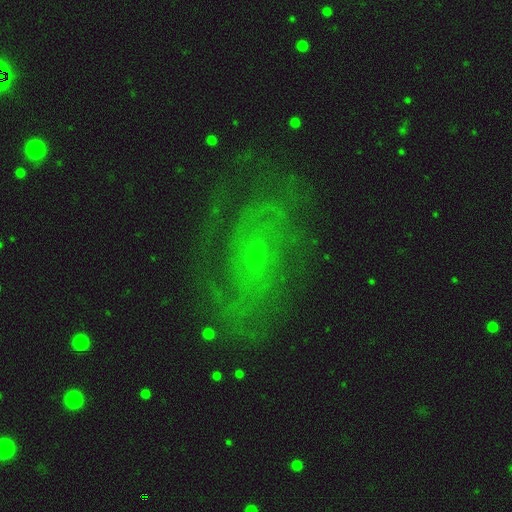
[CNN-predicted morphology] Q: Smooth or featured?
A: star or artifact (35%); runner-up: featured or disk (34%)